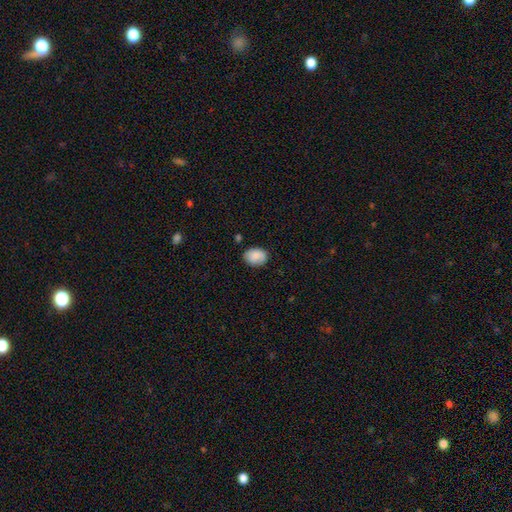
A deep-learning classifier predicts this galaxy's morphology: Smooth or featured: smooth — 85% (featured or disk — 8%)
How rounded: in between — 67% (round — 32%)
Merging: none — 77% (minor disturbance — 17%)